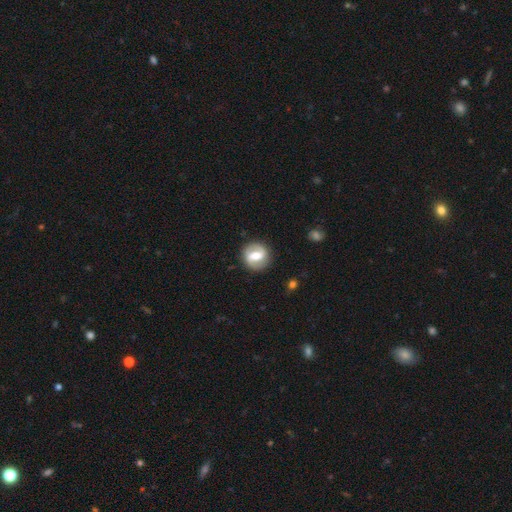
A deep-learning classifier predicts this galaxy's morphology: This is likely a featured or disk galaxy (67%). It is clearly not viewed edge-on (96%). Bar: possibly strong (48%). Spiral arm pattern: likely yes (73%). Central bulge: likely moderate (66%). Merging: clearly none (87%).